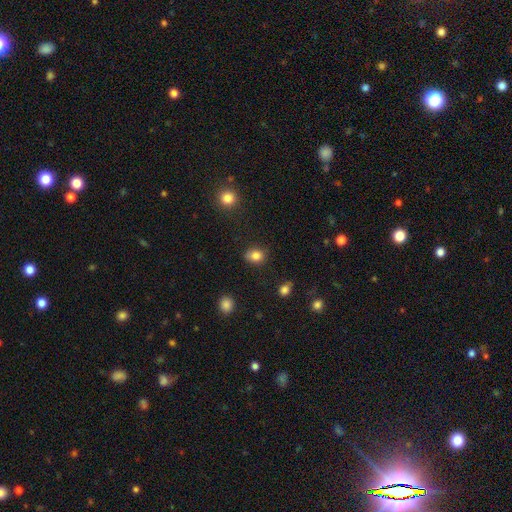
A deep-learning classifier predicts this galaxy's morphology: Smooth or featured: smooth — 83% (star or artifact — 10%)
How rounded: round — 50% (in between — 49%)
Merging: none — 80% (minor disturbance — 15%)